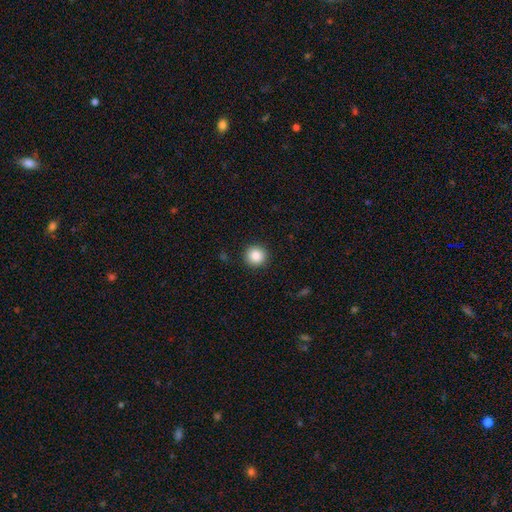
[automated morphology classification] Smooth or featured?
  - smooth: 87% *
  - star or artifact: 9%
  - featured or disk: 4%
How rounded?
  - round: 94% *
  - in between: 5%
  - cigar-shaped: 1%
Merging?
  - none: 91% *
  - minor disturbance: 6%
  - major disturbance: 2%
  - merger: 1%